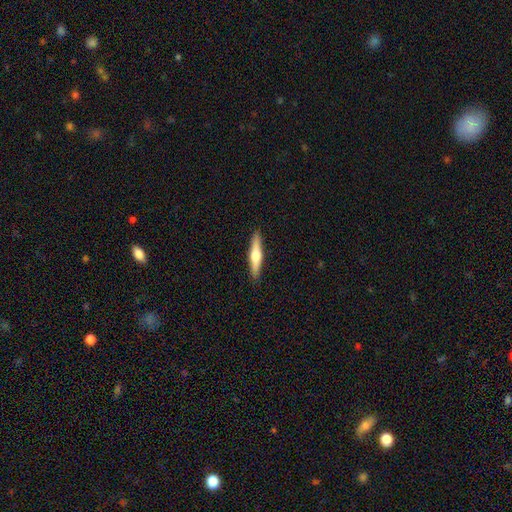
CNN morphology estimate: Q: Smooth or featured?
A: featured or disk (51%); runner-up: smooth (44%)
Q: Edge-on disk?
A: yes (96%); runner-up: no (4%)
Q: Merging?
A: none (91%); runner-up: minor disturbance (6%)